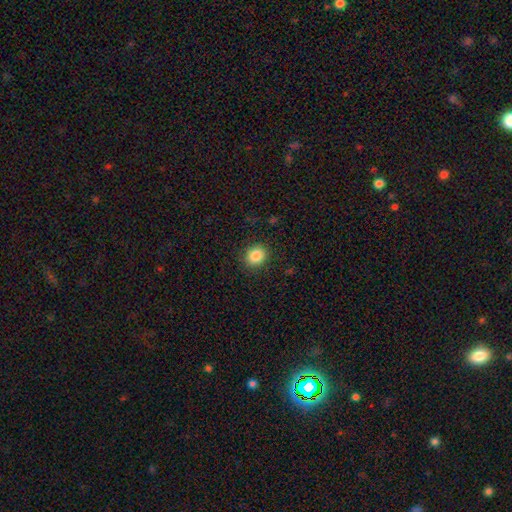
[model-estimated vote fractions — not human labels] smooth-or-featured: smooth: 86% | star or artifact: 10% | featured or disk: 4%
  how-rounded: round: 69% | in between: 30% | cigar-shaped: 1%
  merging: none: 89% | minor disturbance: 8% | major disturbance: 2% | merger: 1%